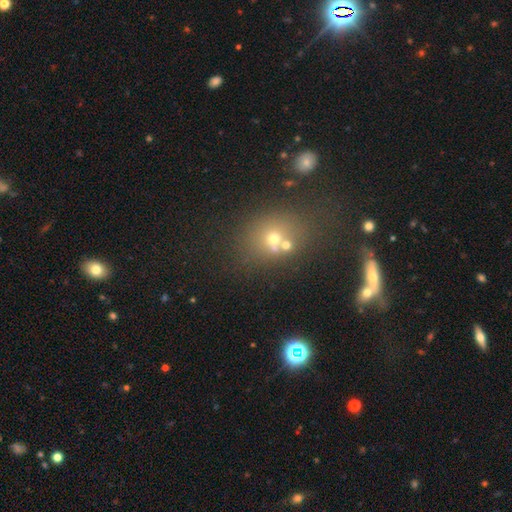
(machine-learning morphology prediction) smooth 50%, star or artifact 36%, featured or disk 14%. Down the decision tree: merging — none (59%).